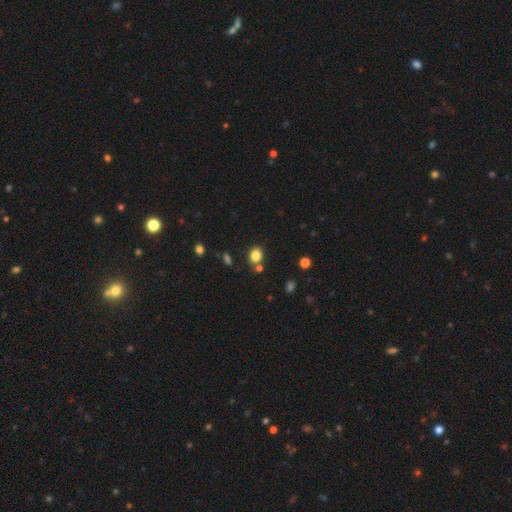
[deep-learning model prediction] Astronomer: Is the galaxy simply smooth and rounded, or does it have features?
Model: smooth — 83%.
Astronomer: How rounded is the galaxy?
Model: in between — 51% (runner-up: round, 48%).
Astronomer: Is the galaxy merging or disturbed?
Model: none — 74%.